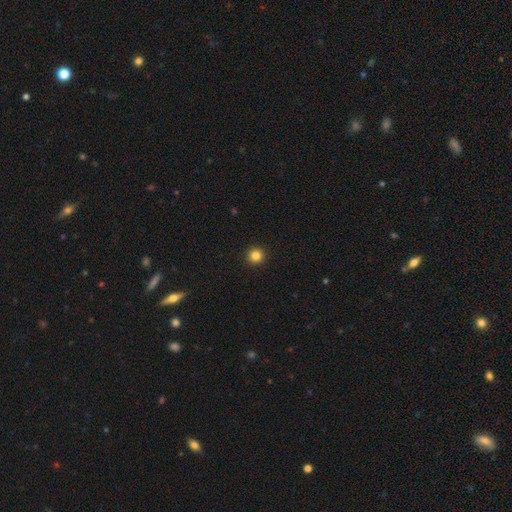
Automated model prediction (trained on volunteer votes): A smooth galaxy with no disk features (83%) that is round (95%). Merging: none (94%).